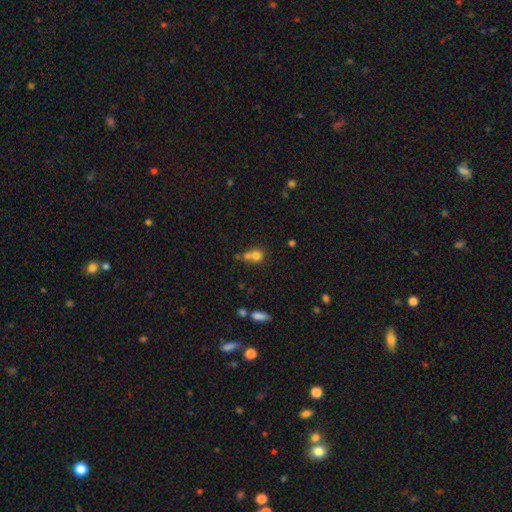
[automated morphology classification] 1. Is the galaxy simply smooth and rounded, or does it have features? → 74% smooth, 13% star or artifact, 13% featured or disk.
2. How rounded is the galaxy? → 79% round, 20% in between, 1% cigar-shaped.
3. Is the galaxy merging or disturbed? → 49% merger, 38% none, 9% minor disturbance, 4% major disturbance.